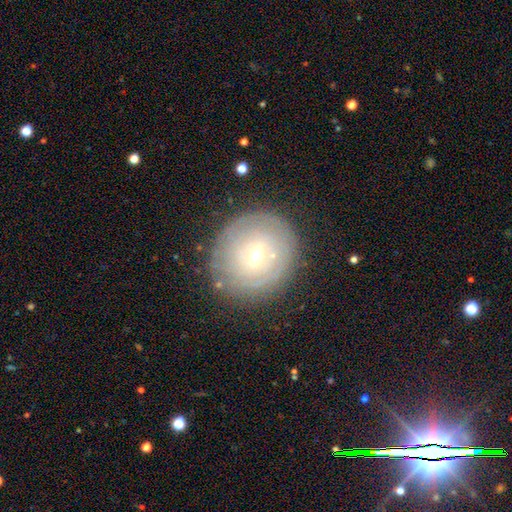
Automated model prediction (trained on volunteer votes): Overall: featured or disk (61%; smooth 29%). Edge-on disk: no (94%). Bar: weak (52%; no 34%). Spiral arms: yes (61%; no 39%). Bulge size: moderate (53%; small 42%). Merging: none (80%).